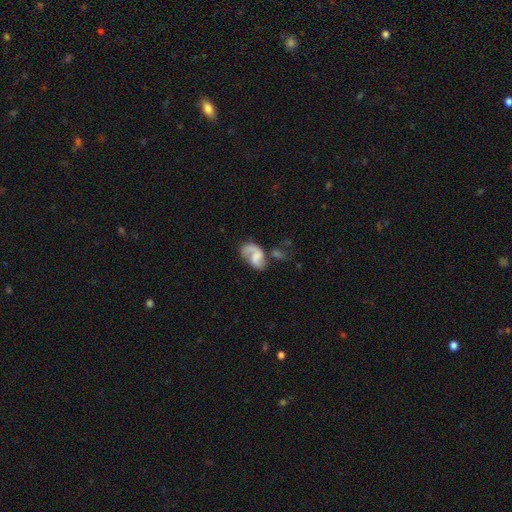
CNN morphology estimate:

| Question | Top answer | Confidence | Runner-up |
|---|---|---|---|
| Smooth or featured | featured or disk | 68% | smooth (24%) |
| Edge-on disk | no | 98% | yes (2%) |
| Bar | no | 45% | weak (40%) |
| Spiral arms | yes | 86% | no (14%) |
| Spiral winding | loose | 50% | medium (37%) |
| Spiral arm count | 2 | 68% | 1 (24%) |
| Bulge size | none | 49% | small (22%) |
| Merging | none | 36% | major disturbance (25%) |